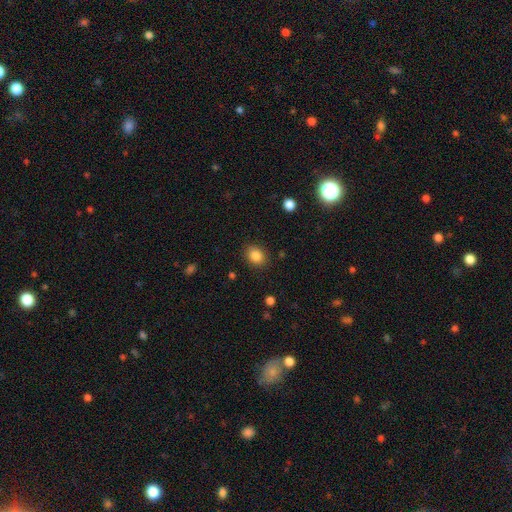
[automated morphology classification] smooth_or_featured: smooth (p=0.85) [alt: star or artifact p=0.10]
how_rounded: in between (p=0.54) [alt: round p=0.45]
merging: none (p=0.87) [alt: minor disturbance p=0.09]